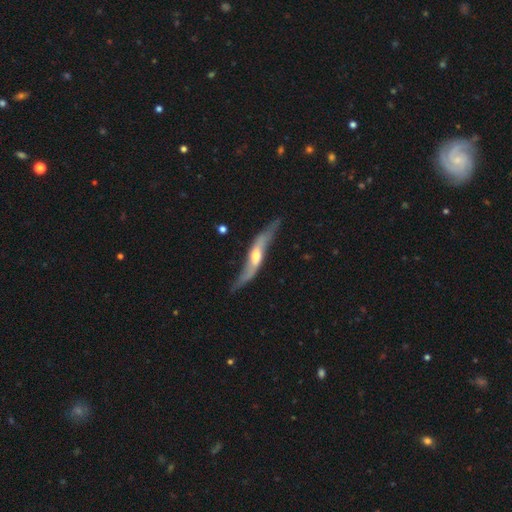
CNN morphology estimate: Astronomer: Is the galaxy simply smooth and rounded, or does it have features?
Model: featured or disk — 77%.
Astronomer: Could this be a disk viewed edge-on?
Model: no — 50%, tied with yes at 50%.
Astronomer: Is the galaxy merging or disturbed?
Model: none — 60%.